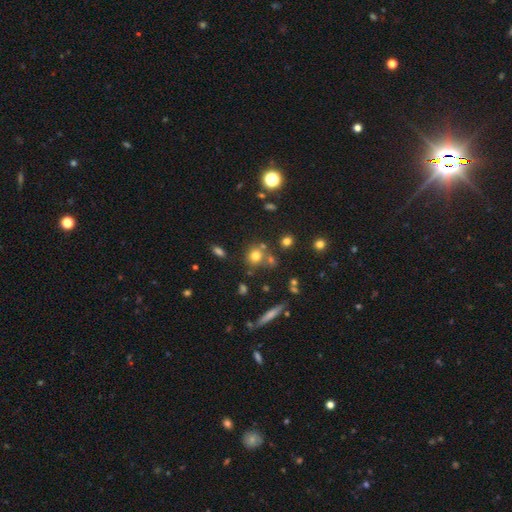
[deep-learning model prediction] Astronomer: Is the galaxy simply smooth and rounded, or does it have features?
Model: smooth — 71%.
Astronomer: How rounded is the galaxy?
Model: round — 79%.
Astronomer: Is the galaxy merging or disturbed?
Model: none — 63%.